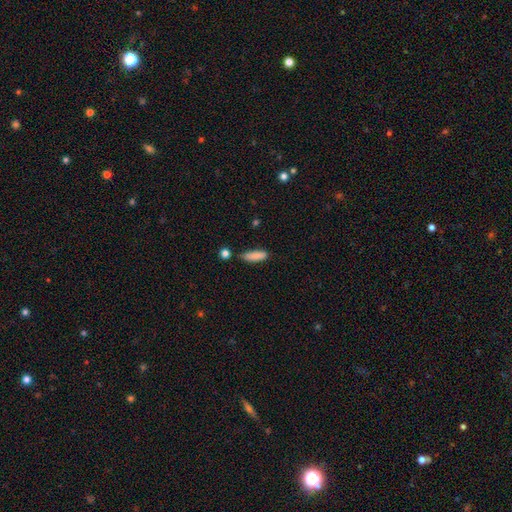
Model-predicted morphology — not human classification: smooth_or_featured: smooth (p=0.86) [alt: star or artifact p=0.07]
how_rounded: cigar-shaped (p=0.52) [alt: in between p=0.46]
merging: none (p=0.71) [alt: minor disturbance p=0.19]